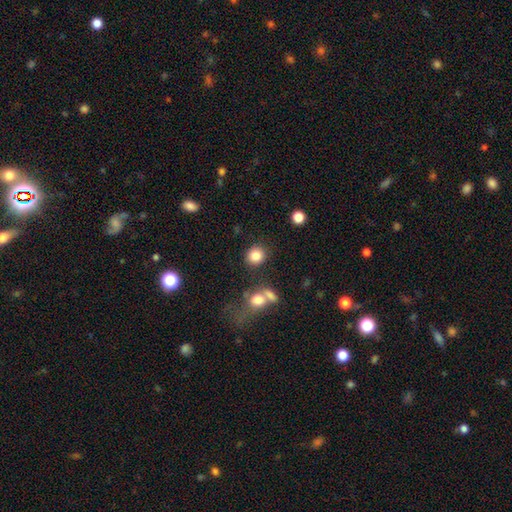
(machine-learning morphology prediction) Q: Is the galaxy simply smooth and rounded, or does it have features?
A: smooth — 84%.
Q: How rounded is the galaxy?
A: round — 82%.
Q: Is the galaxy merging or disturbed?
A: none — 81%.